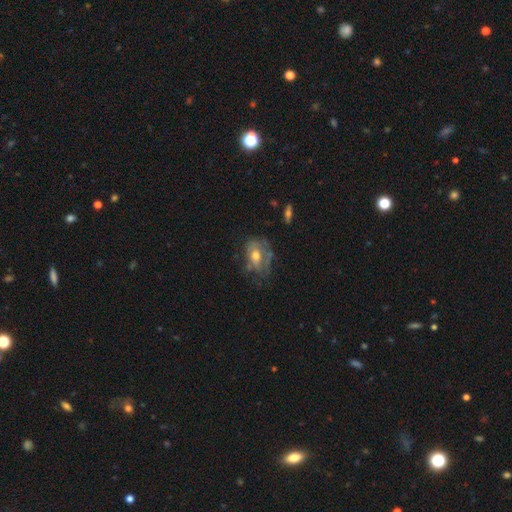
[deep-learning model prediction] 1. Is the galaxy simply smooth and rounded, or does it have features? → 53% featured or disk, 38% smooth, 9% star or artifact.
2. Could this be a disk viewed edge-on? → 93% no, 7% yes.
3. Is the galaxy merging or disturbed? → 40% none, 29% minor disturbance, 27% major disturbance, 4% merger.